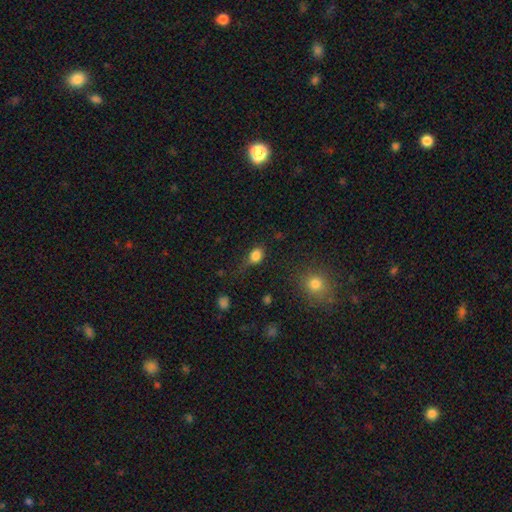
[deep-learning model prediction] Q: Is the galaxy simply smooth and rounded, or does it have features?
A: smooth — 83%.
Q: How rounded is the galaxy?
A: in between — 60%.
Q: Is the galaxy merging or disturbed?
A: none — 51%.